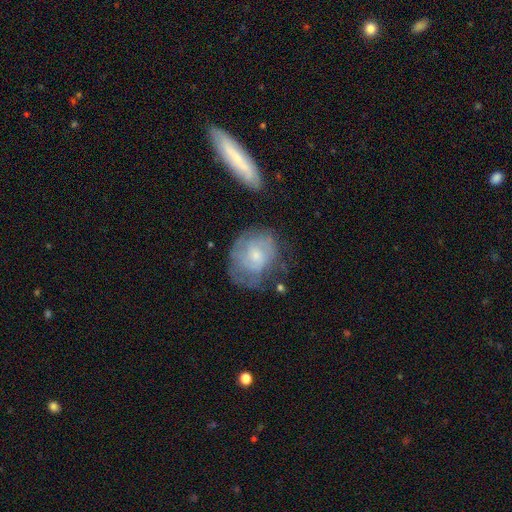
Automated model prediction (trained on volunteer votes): smooth_or_featured: featured or disk (p=0.58) [alt: smooth p=0.35]
disk_edge_on: no (p=0.97) [alt: yes p=0.03]
bar: no (p=0.68) [alt: weak p=0.28]
has_spiral_arms: yes (p=0.75) [alt: no p=0.25]
bulge_size: small (p=0.62) [alt: moderate p=0.30]
merging: none (p=0.54) [alt: minor disturbance p=0.25]